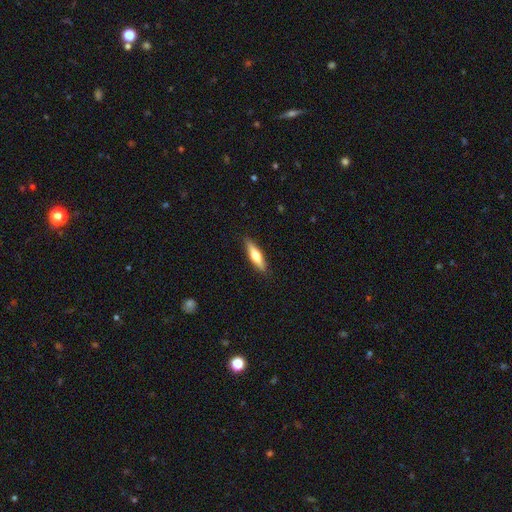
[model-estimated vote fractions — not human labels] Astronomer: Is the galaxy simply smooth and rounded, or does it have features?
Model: smooth — 49% (runner-up: featured or disk, 46%).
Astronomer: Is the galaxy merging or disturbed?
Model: none — 89%.